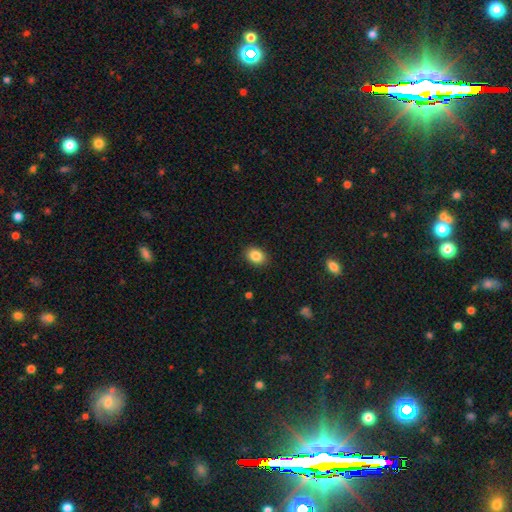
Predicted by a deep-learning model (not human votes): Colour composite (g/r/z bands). It shows a smooth galaxy with no disk features (86%) that is in between round and cigar-shaped (70%). Merging: none (89%).